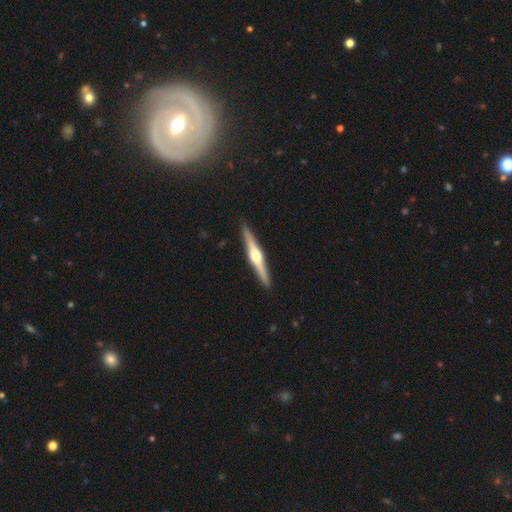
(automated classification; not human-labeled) This appears to be a featured or disk galaxy (77%) viewed edge-on (98%) with a rounded central bulge (93%). Merging: none (92%).